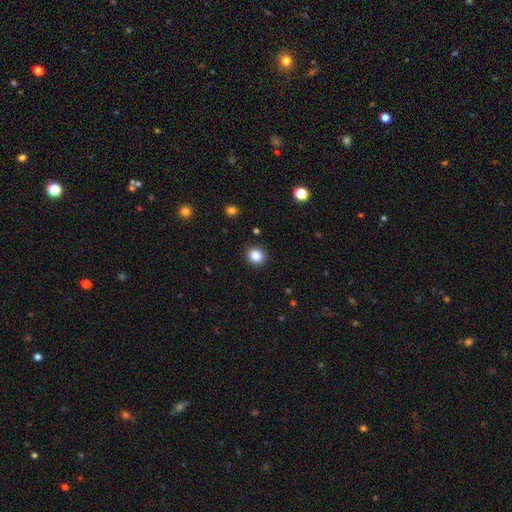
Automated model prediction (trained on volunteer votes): This appears to be a smooth galaxy with no disk features (86%) that is round (77%). Merging: none (90%).